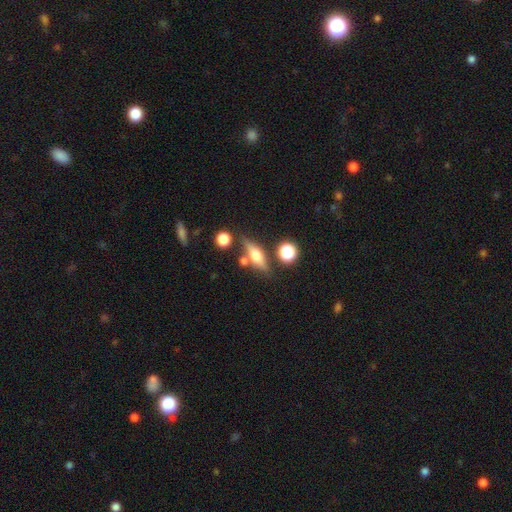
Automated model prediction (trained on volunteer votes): A featured or disk galaxy (54%) viewed edge-on (90%).

Vote fractions:
- Smooth or featured? featured or disk: 54% / smooth: 37% / star or artifact: 9%
- Edge-on disk? yes: 90% / no: 10%
- Merging? none: 74% / minor disturbance: 12% / merger: 10% / major disturbance: 4%